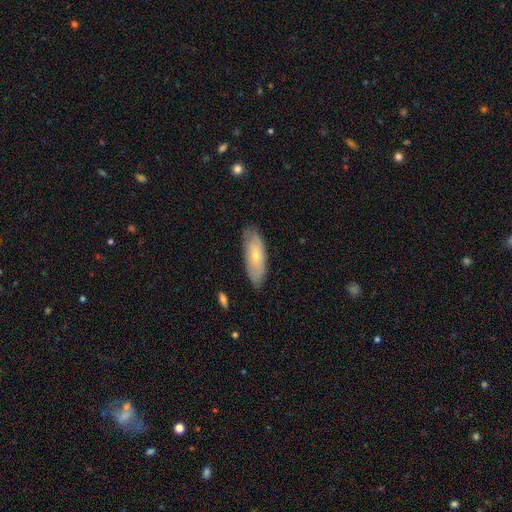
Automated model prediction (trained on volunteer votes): smooth-or-featured: smooth: 55% | featured or disk: 38% | star or artifact: 6%
  how-rounded: in between: 70% | cigar-shaped: 28% | round: 2%
  merging: none: 80% | minor disturbance: 16% | major disturbance: 3% | merger: 1%